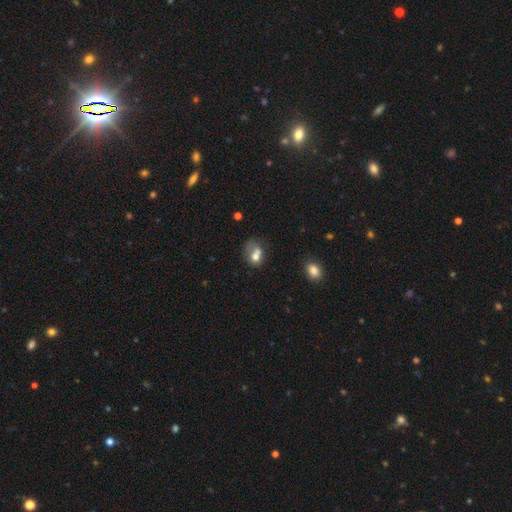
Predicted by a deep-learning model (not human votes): Smooth or featured?
  - smooth: 66% *
  - featured or disk: 22%
  - star or artifact: 12%
How rounded?
  - in between: 54% *
  - round: 44%
  - cigar-shaped: 1%
Merging?
  - merger: 49% *
  - none: 25%
  - minor disturbance: 14%
  - major disturbance: 12%